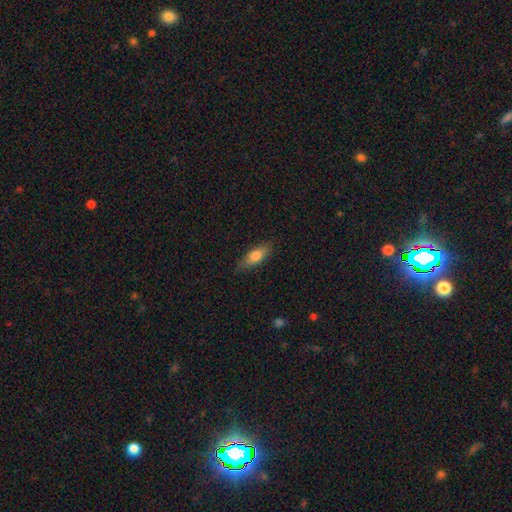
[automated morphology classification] Q: Smooth or featured?
A: smooth (72%); runner-up: featured or disk (22%)
Q: How rounded?
A: in between (63%); runner-up: cigar-shaped (34%)
Q: Merging?
A: none (83%); runner-up: minor disturbance (13%)